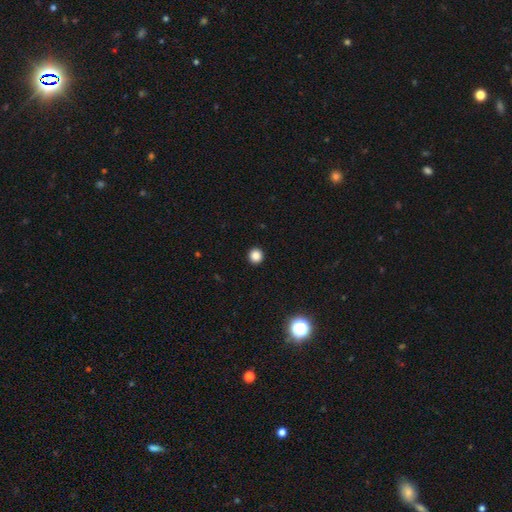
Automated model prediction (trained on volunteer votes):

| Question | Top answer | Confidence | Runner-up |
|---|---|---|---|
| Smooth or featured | smooth | 86% | star or artifact (11%) |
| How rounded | round | 95% | in between (4%) |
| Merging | none | 94% | minor disturbance (4%) |